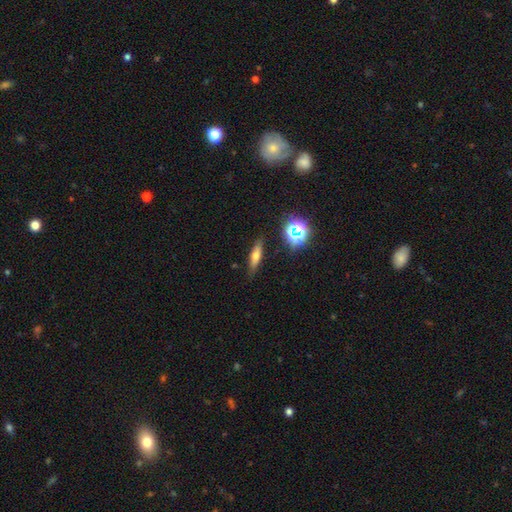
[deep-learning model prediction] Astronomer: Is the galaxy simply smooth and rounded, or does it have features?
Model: smooth — 56%.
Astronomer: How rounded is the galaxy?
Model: cigar-shaped — 64%.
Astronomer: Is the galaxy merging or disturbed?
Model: none — 83%.